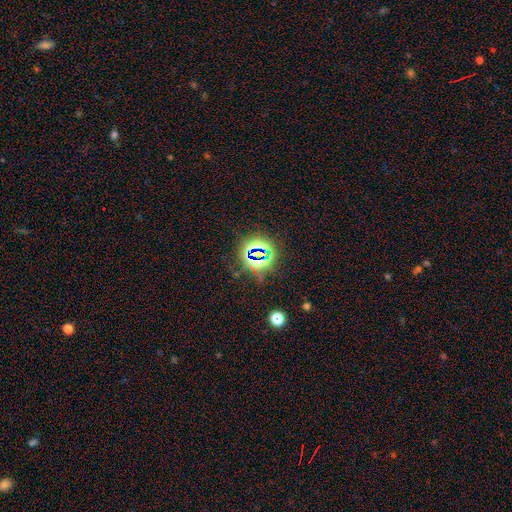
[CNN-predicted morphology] Smooth or featured? star or artifact (74%)